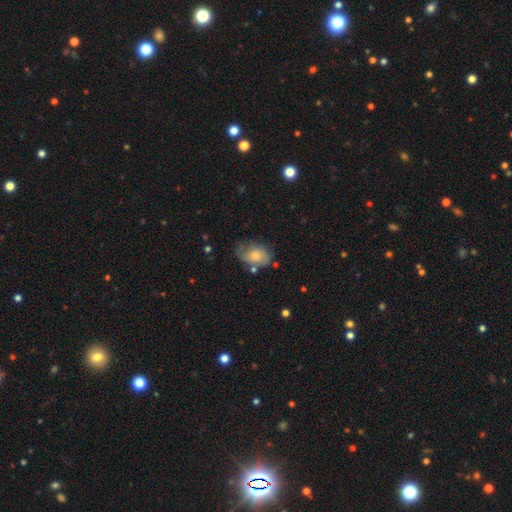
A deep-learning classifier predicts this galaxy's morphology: Smooth or featured?
  - smooth: 67% *
  - featured or disk: 26%
  - star or artifact: 8%
How rounded?
  - in between: 79% *
  - round: 20%
  - cigar-shaped: 1%
Merging?
  - none: 50% *
  - minor disturbance: 32%
  - major disturbance: 13%
  - merger: 5%